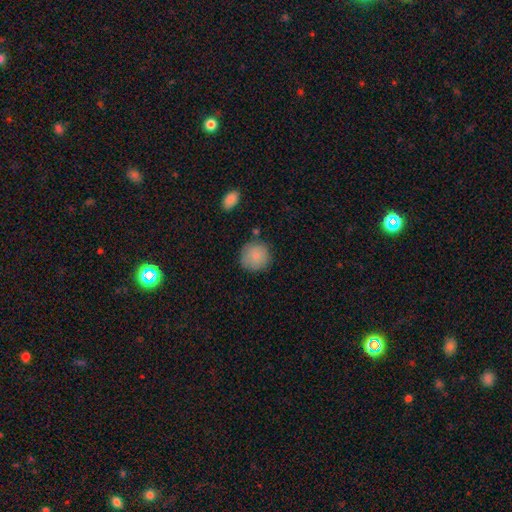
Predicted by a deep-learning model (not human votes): smooth 86%, featured or disk 7%, star or artifact 7%. Down the decision tree: how rounded — round (92%); merging — none (79%).